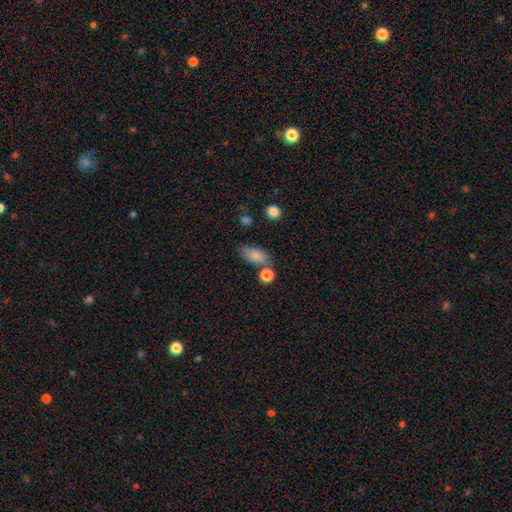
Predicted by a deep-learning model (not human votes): Smooth or featured? smooth (82%)
How rounded? in between (85%)
Merging? none (58%)